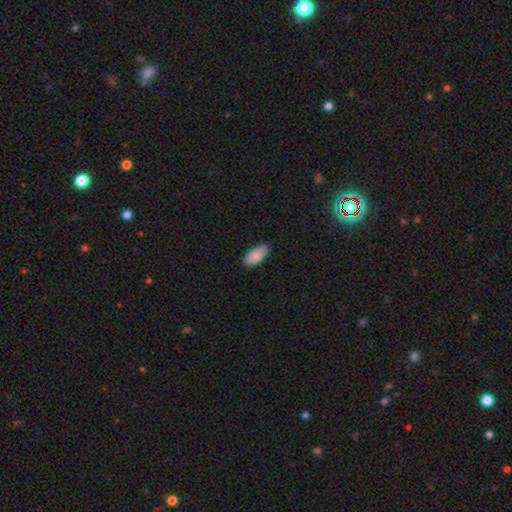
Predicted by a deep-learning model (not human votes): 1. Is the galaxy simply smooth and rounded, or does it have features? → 88% smooth, 6% star or artifact, 6% featured or disk.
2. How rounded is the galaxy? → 92% in between, 6% cigar-shaped, 2% round.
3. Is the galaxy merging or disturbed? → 84% none, 13% minor disturbance, 2% major disturbance, 1% merger.